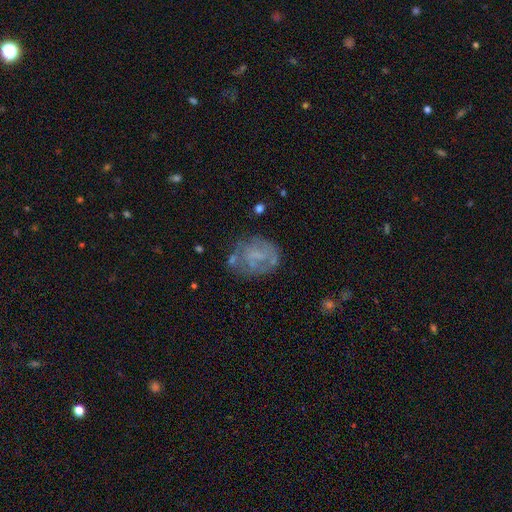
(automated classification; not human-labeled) A featured or disk galaxy (57%) with no bar (67%), no spiral arms (53%) and no central bulge (58%).

Vote fractions:
- Smooth or featured? featured or disk: 57% / smooth: 33% / star or artifact: 11%
- Edge-on disk? no: 97% / yes: 3%
- Bar? no: 67% / weak: 26% / strong: 7%
- Spiral arms? no: 53% / yes: 47%
- Bulge size? none: 58% / small: 23% / moderate: 15% / large: 3% / dominant: 1%
- Merging? none: 56% / minor disturbance: 23% / major disturbance: 16% / merger: 5%